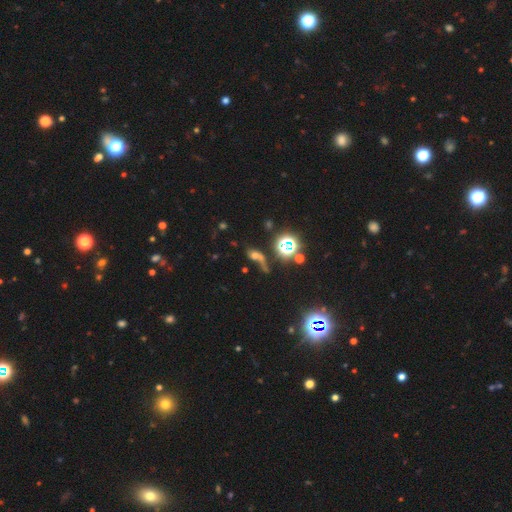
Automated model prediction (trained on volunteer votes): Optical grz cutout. It shows a smooth galaxy with no disk features (39%, tied with star or artifact). Merging: none (34%).